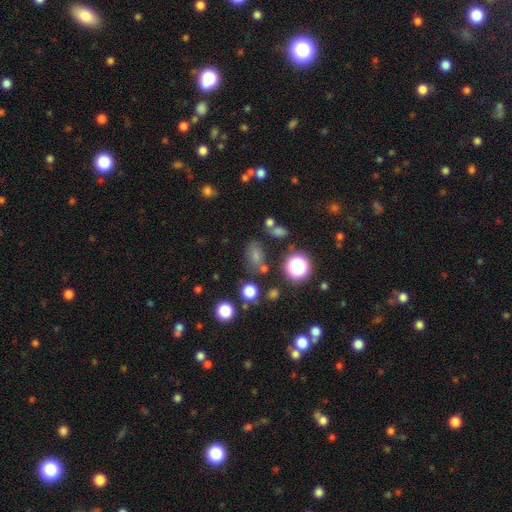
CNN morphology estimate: smooth-or-featured: smooth: 68% | star or artifact: 22% | featured or disk: 10%
  how-rounded: in between: 75% | round: 22% | cigar-shaped: 3%
  merging: none: 65% | minor disturbance: 17% | merger: 10% | major disturbance: 7%